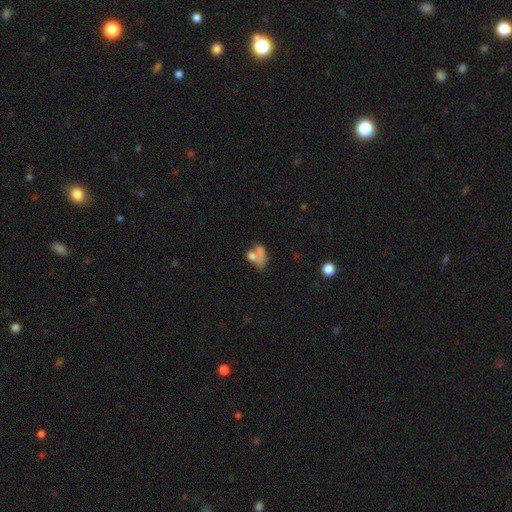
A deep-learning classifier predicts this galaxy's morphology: A smooth galaxy with no disk features (64%) that is in between round and cigar-shaped (74%).

Vote fractions:
- Smooth or featured? smooth: 64% / featured or disk: 23% / star or artifact: 13%
- How rounded? in between: 74% / round: 23% / cigar-shaped: 3%
- Merging? merger: 52% / none: 22% / major disturbance: 15% / minor disturbance: 12%